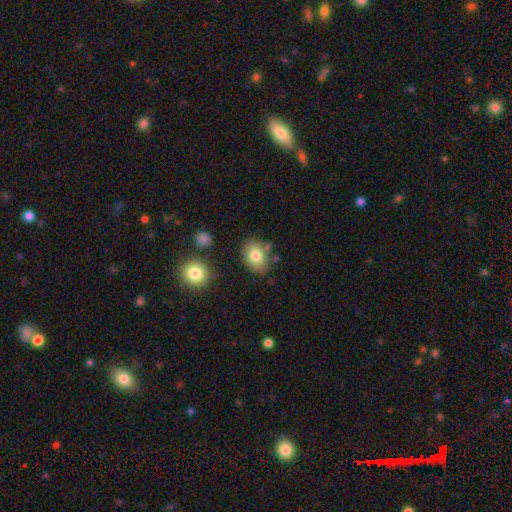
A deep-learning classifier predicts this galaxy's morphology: Smooth or featured? Predicted: smooth (p=0.79). How rounded? Predicted: in between (p=0.70). Merging? Predicted: none (p=0.74).